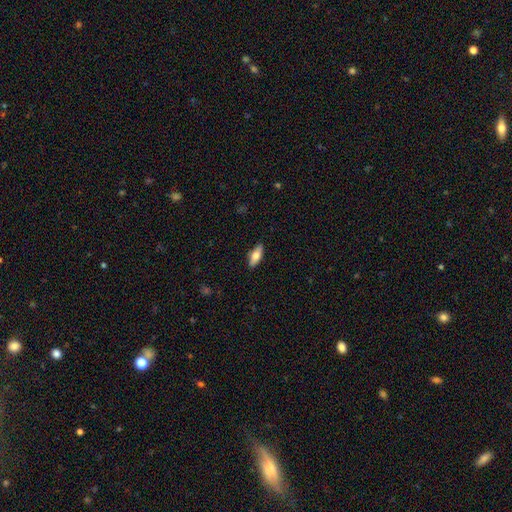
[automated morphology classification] This is likely a smooth galaxy (64%). How rounded: likely in between (73%). Merging: clearly none (88%).